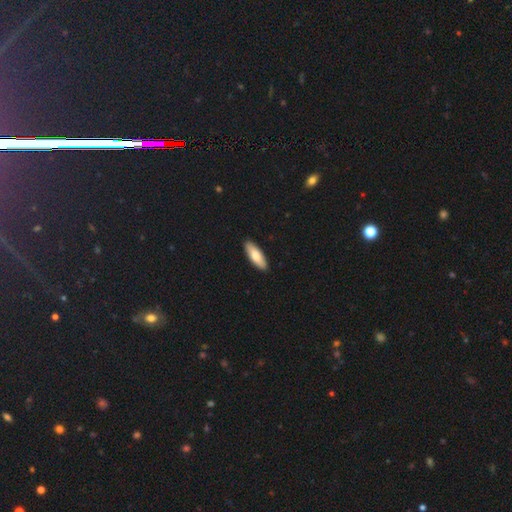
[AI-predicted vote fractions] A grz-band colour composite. It shows a smooth galaxy with no disk features (78%) that is in between round and cigar-shaped (58%). Merging: none (91%).